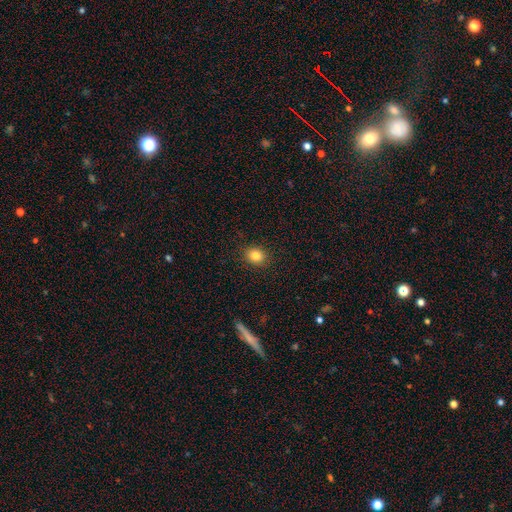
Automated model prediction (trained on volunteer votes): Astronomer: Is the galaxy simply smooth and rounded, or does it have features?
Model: smooth — 83%.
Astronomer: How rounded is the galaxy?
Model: round — 64%.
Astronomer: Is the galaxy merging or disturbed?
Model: none — 90%.